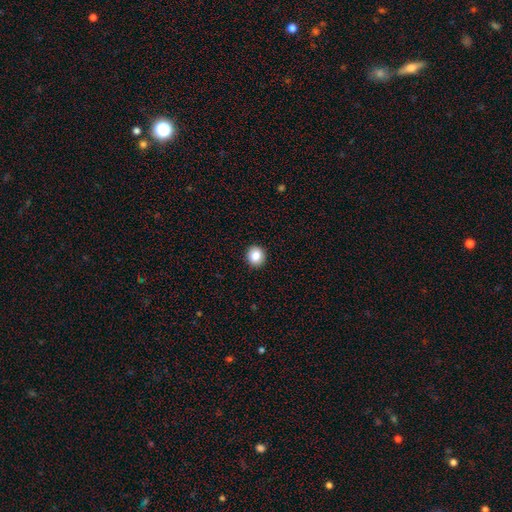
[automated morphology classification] Q: Smooth or featured?
A: smooth (85%); runner-up: star or artifact (9%)
Q: How rounded?
A: round (85%); runner-up: in between (14%)
Q: Merging?
A: none (92%); runner-up: minor disturbance (5%)